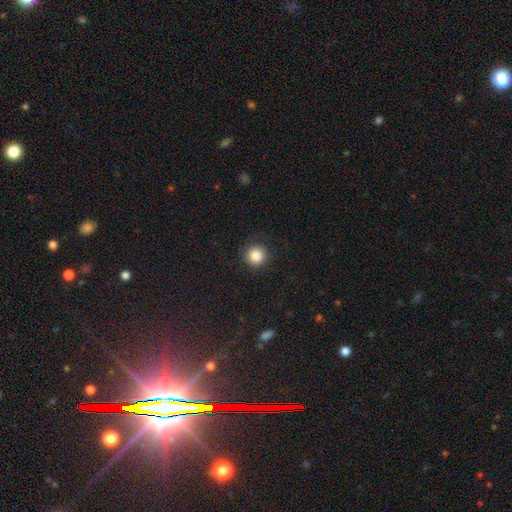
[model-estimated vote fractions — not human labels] Smooth or featured: smooth — 86% (star or artifact — 10%)
How rounded: round — 94% (in between — 5%)
Merging: none — 89% (minor disturbance — 8%)